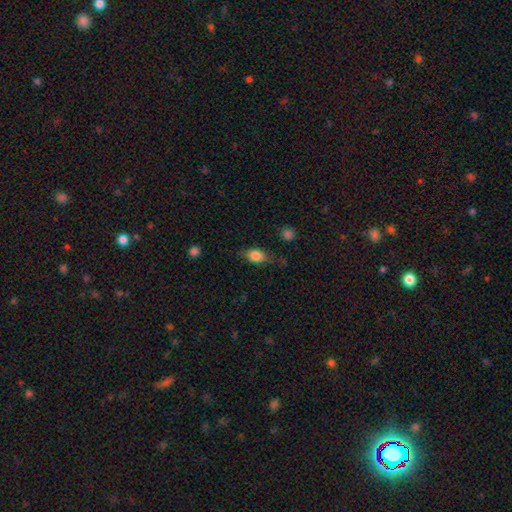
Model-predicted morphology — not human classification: Overall: smooth (79%). How rounded: in between (73%). Merging: none (59%; minor disturbance 27%).